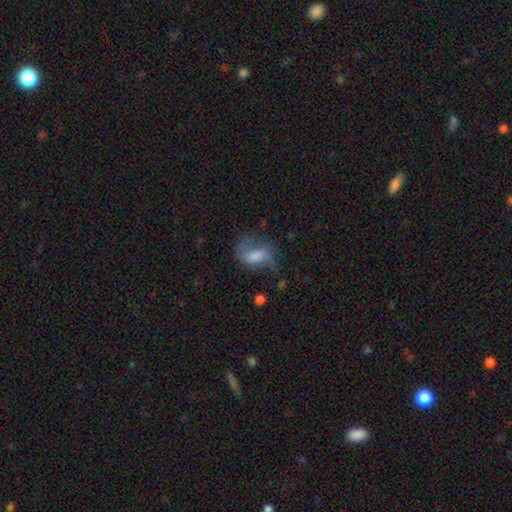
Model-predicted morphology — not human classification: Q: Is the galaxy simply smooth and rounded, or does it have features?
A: featured or disk — 49%.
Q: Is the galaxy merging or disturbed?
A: none — 45%.